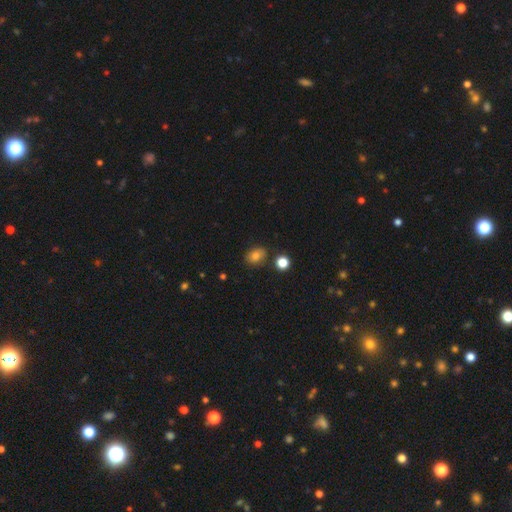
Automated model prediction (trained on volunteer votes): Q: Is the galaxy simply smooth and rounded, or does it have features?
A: smooth — 78%.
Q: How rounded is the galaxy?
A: in between — 62%.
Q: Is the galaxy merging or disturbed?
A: none — 78%.